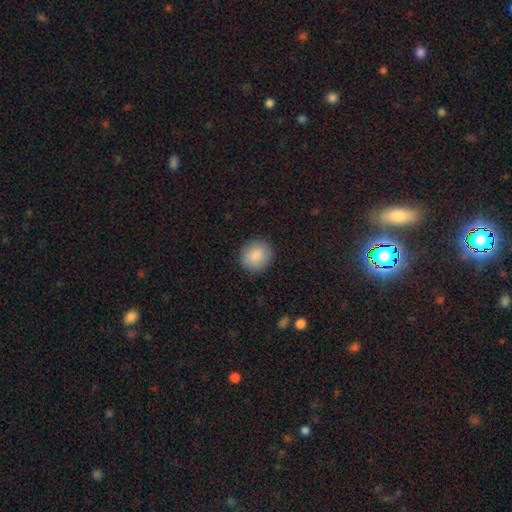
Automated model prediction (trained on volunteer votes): smooth-or-featured: smooth: 88% | star or artifact: 7% | featured or disk: 4%
  how-rounded: round: 84% | in between: 15% | cigar-shaped: 1%
  merging: none: 89% | minor disturbance: 7% | major disturbance: 2% | merger: 1%